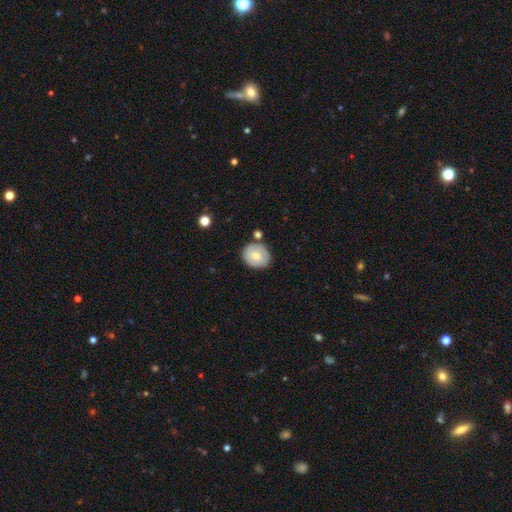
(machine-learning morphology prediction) Overall: smooth (65%; featured or disk 28%). How rounded: round (65%; in between 34%). Merging: none (75%).